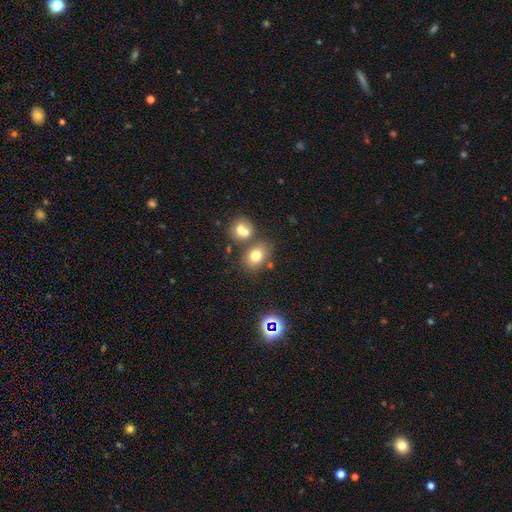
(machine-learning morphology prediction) smooth_or_featured: smooth (p=0.73) [alt: star or artifact p=0.15]
how_rounded: in between (p=0.51) [alt: round p=0.47]
merging: none (p=0.60) [alt: merger p=0.25]